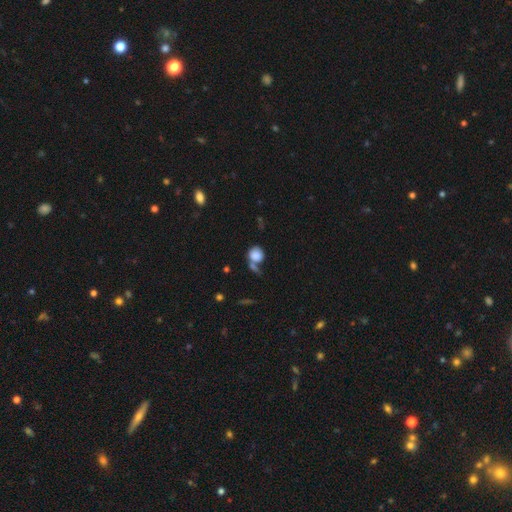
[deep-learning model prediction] This appears to be a smooth galaxy with no disk features (80%) that is round (79%). Merging: none (44%).